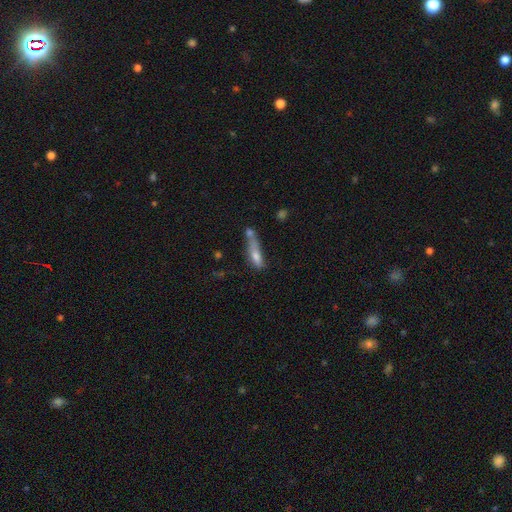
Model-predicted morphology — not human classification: Overall: smooth (63%; featured or disk 26%). How rounded: cigar-shaped (64%; in between 33%). Merging: merger (37%; none 28%).